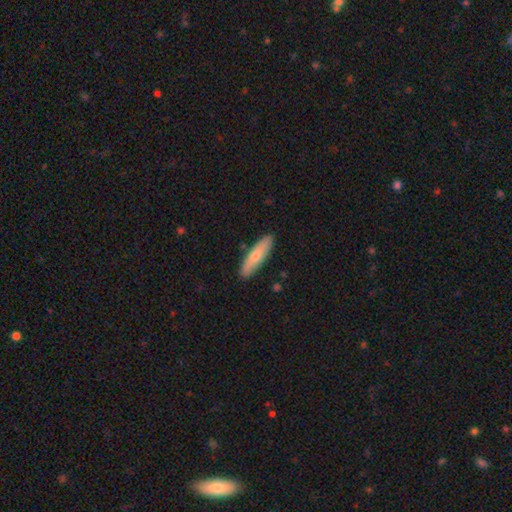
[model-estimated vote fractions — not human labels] This appears to be a smooth galaxy with no disk features (70%) that is cigar-shaped (69%). Merging: none (87%).